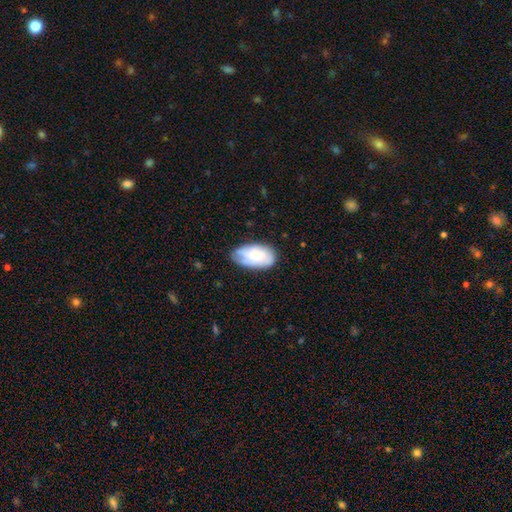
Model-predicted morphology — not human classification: Smooth or featured? Predicted: smooth (p=0.69). How rounded? Predicted: in between (p=0.94). Merging? Predicted: none (p=0.64).